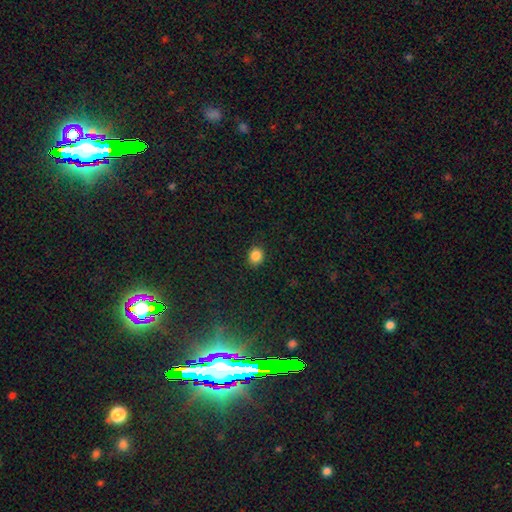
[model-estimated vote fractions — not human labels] Smooth or featured? smooth (86%)
How rounded? round (73%)
Merging? none (90%)